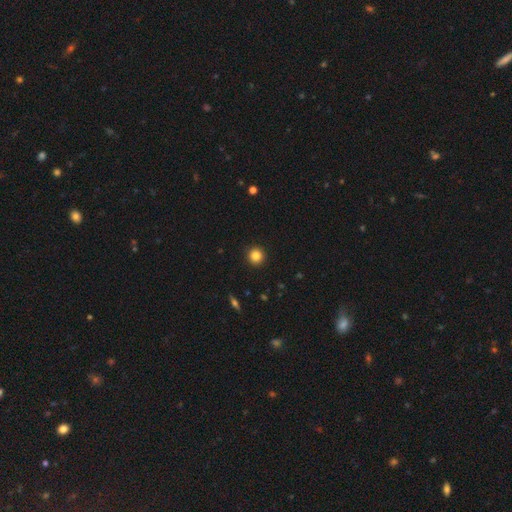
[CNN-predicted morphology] This is clearly a smooth galaxy (84%). How rounded: clearly round (95%). Merging: clearly none (93%).